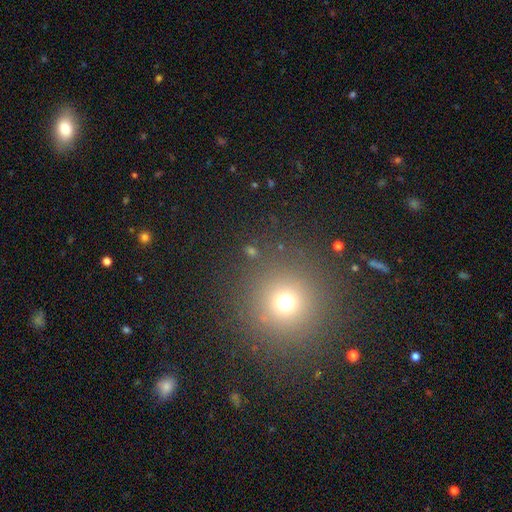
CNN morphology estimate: smooth 61%, star or artifact 31%, featured or disk 7%. Down the decision tree: how rounded — round (95%); merging — none (90%).